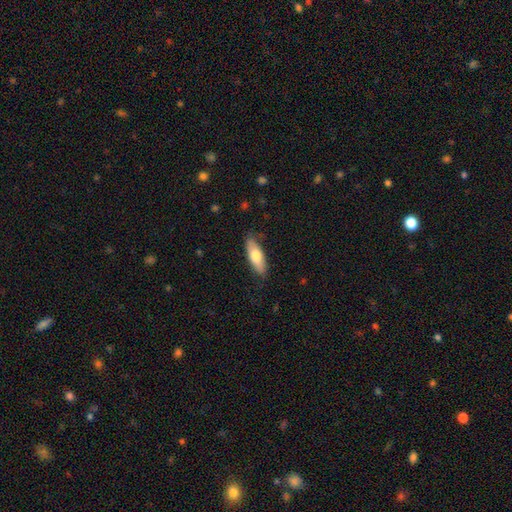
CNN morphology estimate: Smooth or featured? Predicted: smooth (p=0.69). How rounded? Predicted: in between (p=0.59). Merging? Predicted: none (p=0.83).